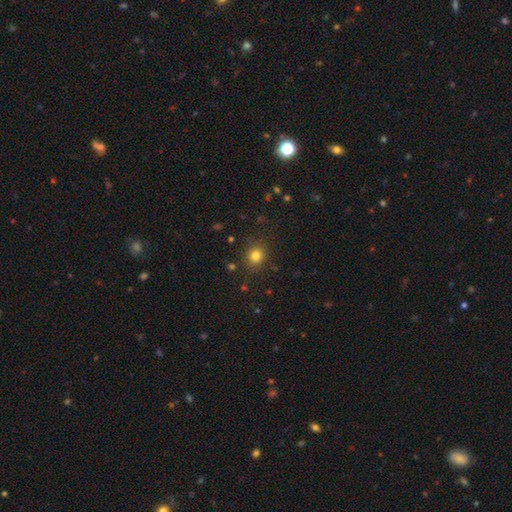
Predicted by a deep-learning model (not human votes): A smooth galaxy with no disk features (80%) that is round (84%).

Vote fractions:
- Smooth or featured? smooth: 80% / star or artifact: 14% / featured or disk: 6%
- How rounded? round: 84% / in between: 15% / cigar-shaped: 1%
- Merging? none: 87% / minor disturbance: 8% / major disturbance: 3% / merger: 2%